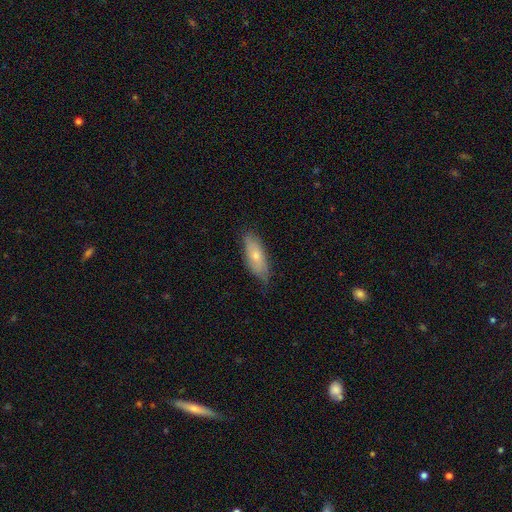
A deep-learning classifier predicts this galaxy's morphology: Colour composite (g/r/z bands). It shows a smooth galaxy with no disk features (67%) that is in between round and cigar-shaped (70%). Merging: none (74%).